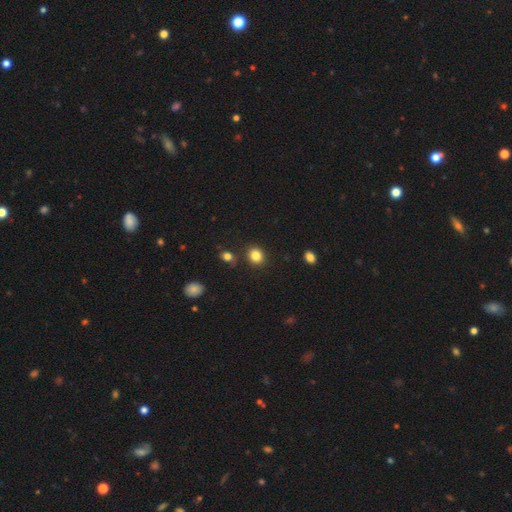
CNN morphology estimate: smooth 84%, star or artifact 11%, featured or disk 5%. Down the decision tree: how rounded — round (77%); merging — none (86%).